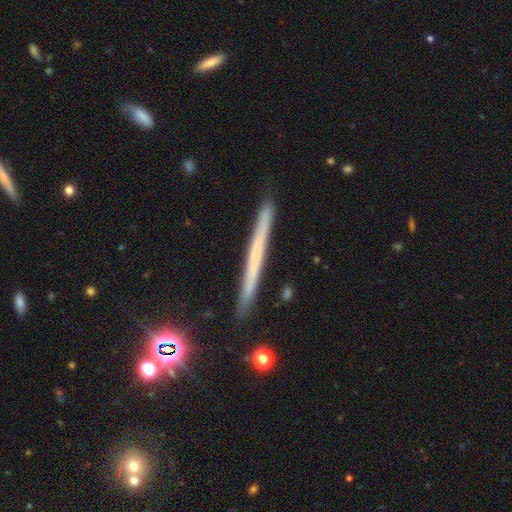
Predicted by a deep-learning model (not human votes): A featured or disk galaxy (47%). Merging: none (90%).